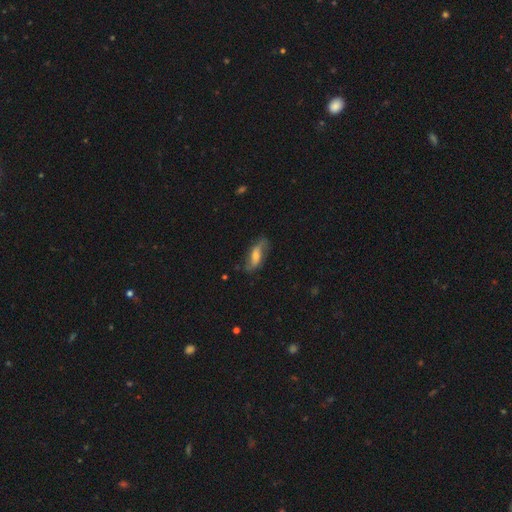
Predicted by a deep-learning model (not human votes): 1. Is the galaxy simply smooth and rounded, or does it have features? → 64% featured or disk, 29% smooth, 7% star or artifact.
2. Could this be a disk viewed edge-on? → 87% no, 13% yes.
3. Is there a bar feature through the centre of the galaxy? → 40% weak, 39% no, 21% strong.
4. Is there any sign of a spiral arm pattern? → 90% yes, 10% no.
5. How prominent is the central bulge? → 46% moderate, 33% small, 10% large, 8% none, 2% dominant.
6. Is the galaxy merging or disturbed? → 69% none, 20% minor disturbance, 8% major disturbance, 2% merger.